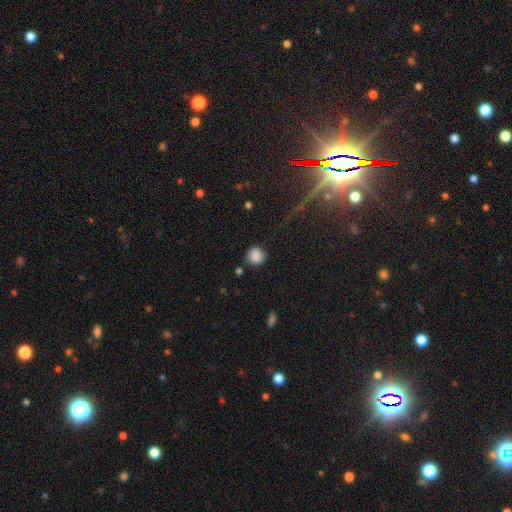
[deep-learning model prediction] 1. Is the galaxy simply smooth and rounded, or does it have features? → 85% smooth, 10% star or artifact, 5% featured or disk.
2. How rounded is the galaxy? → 89% round, 10% in between, 1% cigar-shaped.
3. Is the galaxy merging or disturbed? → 78% none, 14% minor disturbance, 4% major disturbance, 4% merger.